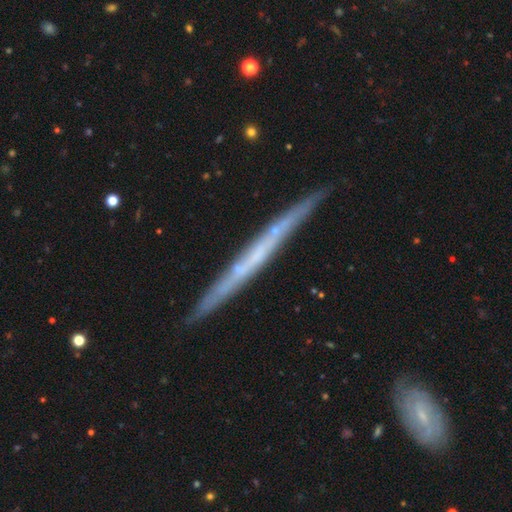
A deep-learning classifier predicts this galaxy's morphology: featured or disk 69%, smooth 25%, star or artifact 6%. Down the decision tree: edge-on disk — yes (94%); edge-on bulge — none (87%); merging — none (87%).